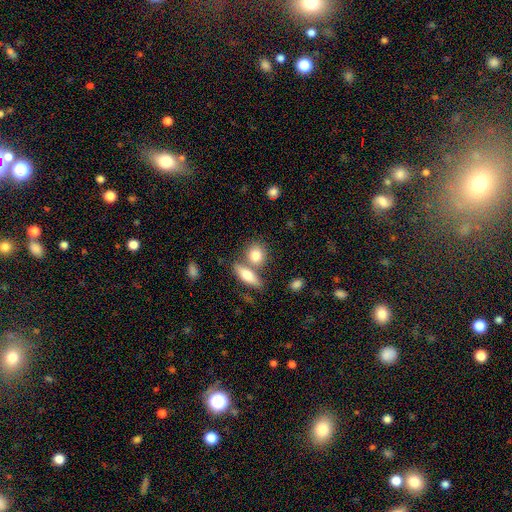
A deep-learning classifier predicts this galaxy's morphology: Smooth or featured?
  - smooth: 80% *
  - featured or disk: 13%
  - star or artifact: 7%
How rounded?
  - round: 52% *
  - in between: 42%
  - cigar-shaped: 7%
Merging?
  - none: 51% *
  - merger: 35%
  - minor disturbance: 10%
  - major disturbance: 3%